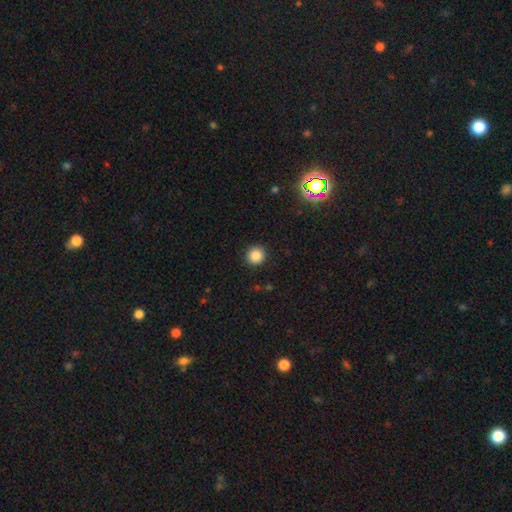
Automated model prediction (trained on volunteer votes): Smooth or featured? Predicted: smooth (p=0.86). How rounded? Predicted: round (p=0.92). Merging? Predicted: none (p=0.91).